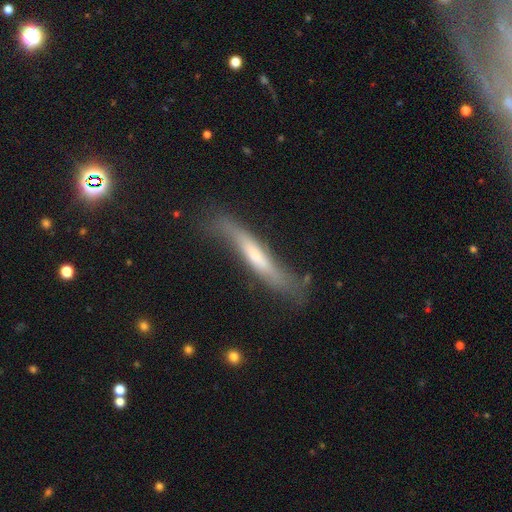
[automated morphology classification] This is possibly a featured or disk galaxy (50%). It is likely viewed edge-on (73%). Merging: possibly none (58%).